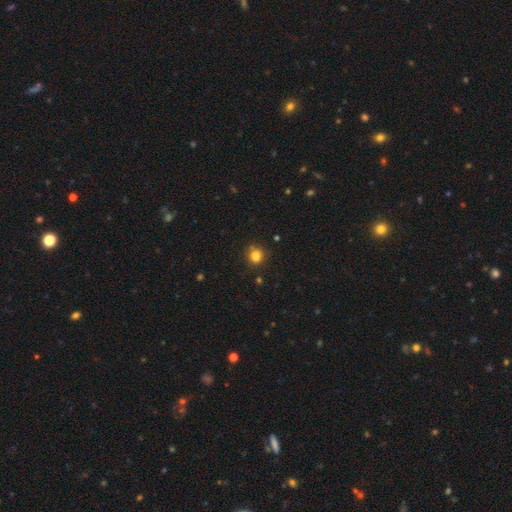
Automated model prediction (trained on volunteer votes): Overall: smooth (82%). How rounded: round (83%). Merging: none (79%).